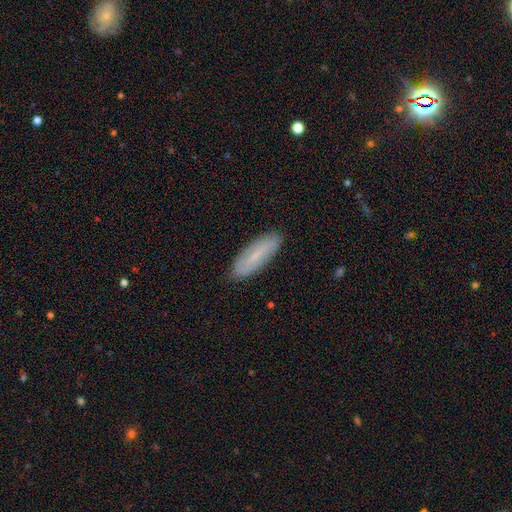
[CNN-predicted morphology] Smooth or featured? Predicted: smooth (p=0.58). How rounded? Predicted: in between (p=0.51). Merging? Predicted: none (p=0.87).